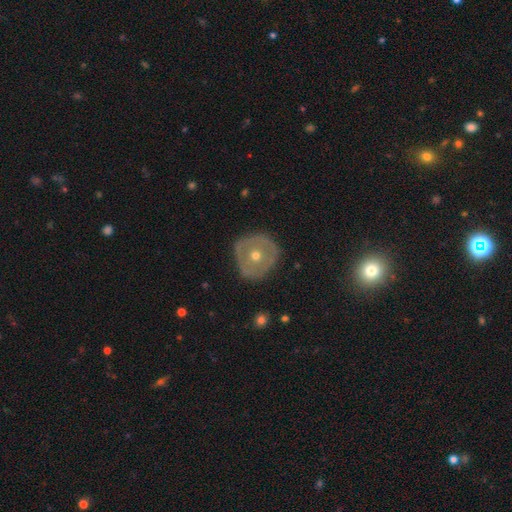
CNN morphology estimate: Smooth or featured? Predicted: featured or disk (p=0.56). Edge-on disk? Predicted: no (p=0.93). Bar? Predicted: no (p=0.88). Spiral arms? Predicted: no (p=0.82). Bulge size? Predicted: moderate (p=0.60). Merging? Predicted: none (p=0.81).